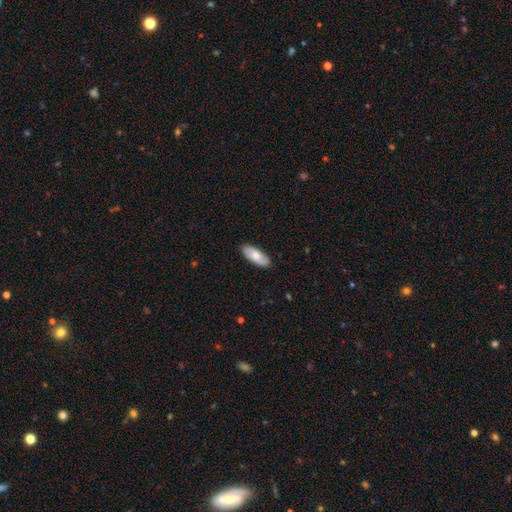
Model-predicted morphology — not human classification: Smooth or featured? smooth (72%)
How rounded? in between (83%)
Merging? none (88%)